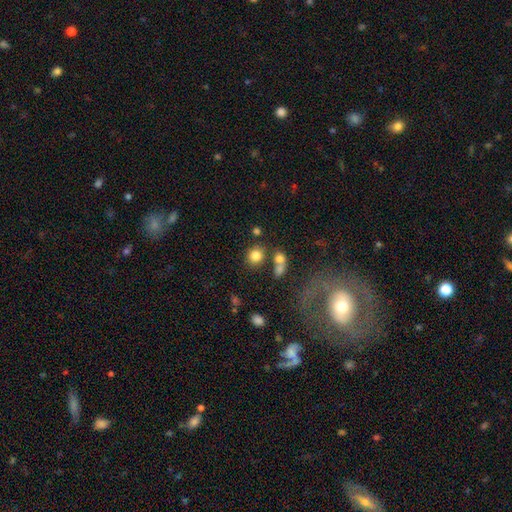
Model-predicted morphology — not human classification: Q: Smooth or featured?
A: smooth (81%); runner-up: star or artifact (12%)
Q: How rounded?
A: round (77%); runner-up: in between (22%)
Q: Merging?
A: none (70%); runner-up: merger (15%)